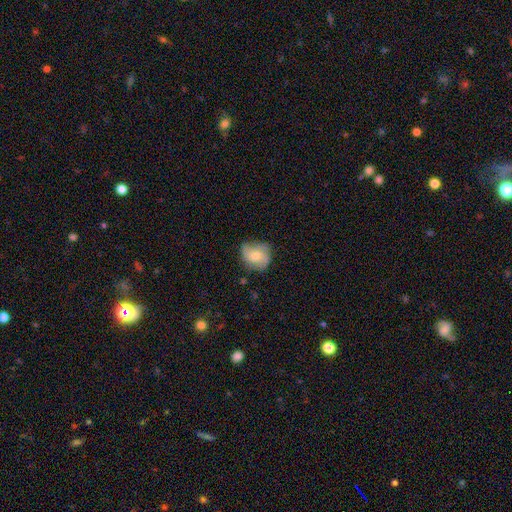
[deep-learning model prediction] Smooth or featured? Predicted: smooth (p=0.52). How rounded? Predicted: round (p=0.71). Merging? Predicted: none (p=0.64).